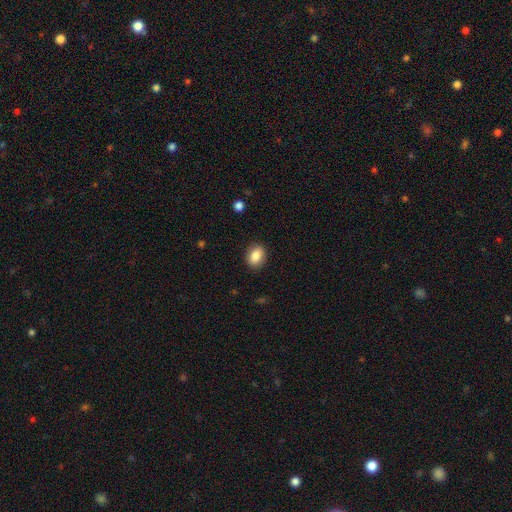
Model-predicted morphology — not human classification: A smooth galaxy with no disk features (85%) that is in between round and cigar-shaped (65%).

Vote fractions:
- Smooth or featured? smooth: 85% / star or artifact: 8% / featured or disk: 7%
- How rounded? in between: 65% / round: 33% / cigar-shaped: 1%
- Merging? none: 89% / minor disturbance: 8% / major disturbance: 2% / merger: 1%